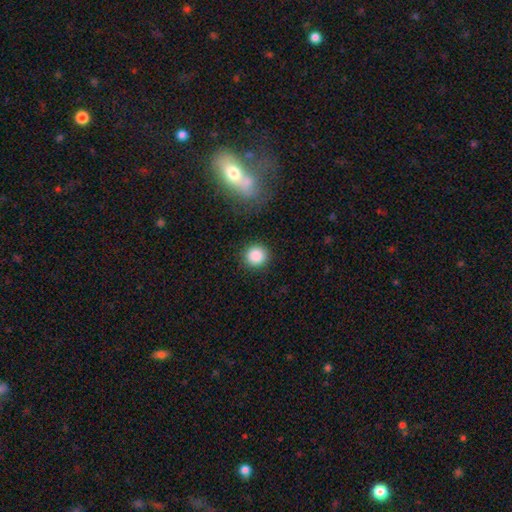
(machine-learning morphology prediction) Overall: smooth (87%). How rounded: round (94%). Merging: none (89%).